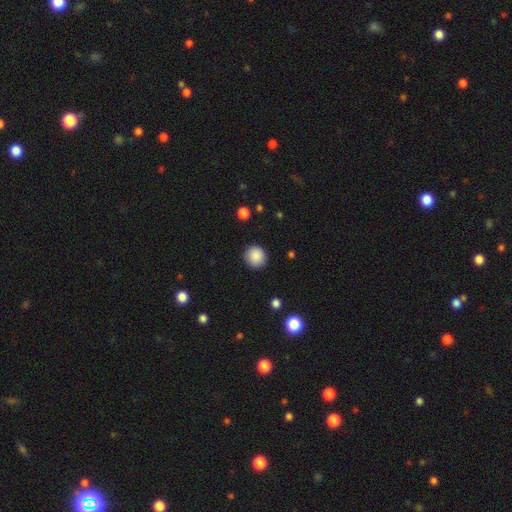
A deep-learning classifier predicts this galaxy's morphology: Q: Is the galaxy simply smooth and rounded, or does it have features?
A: smooth — 88%.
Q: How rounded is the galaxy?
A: round — 92%.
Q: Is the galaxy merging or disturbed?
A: none — 90%.